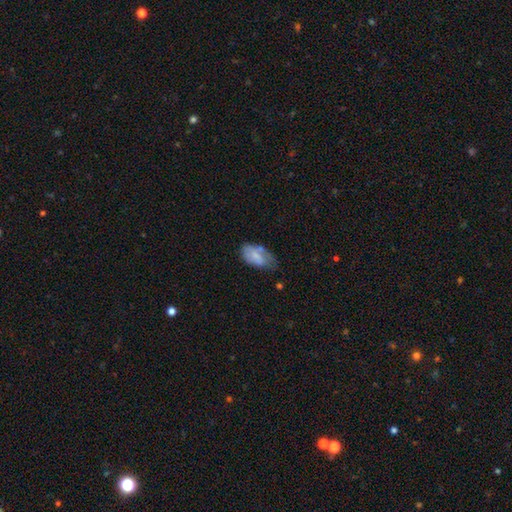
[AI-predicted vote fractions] Smooth or featured: smooth — 63% (featured or disk — 29%)
How rounded: in between — 93% (round — 5%)
Merging: minor disturbance — 38% (tied with none — 38%)